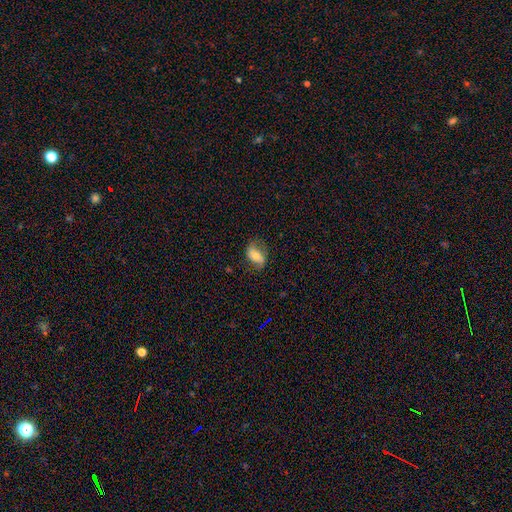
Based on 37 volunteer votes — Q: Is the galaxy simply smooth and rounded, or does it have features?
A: featured or disk — 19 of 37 (51%).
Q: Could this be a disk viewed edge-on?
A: no — 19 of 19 (100%).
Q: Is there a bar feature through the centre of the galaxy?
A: weak — 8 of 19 (42%).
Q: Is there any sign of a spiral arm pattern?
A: yes — 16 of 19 (84%).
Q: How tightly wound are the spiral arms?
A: loose — 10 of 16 (62%).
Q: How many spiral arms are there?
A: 2 — 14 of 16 (88%).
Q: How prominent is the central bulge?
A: moderate — 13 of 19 (68%).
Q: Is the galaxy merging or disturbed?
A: none — 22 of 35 (63%).